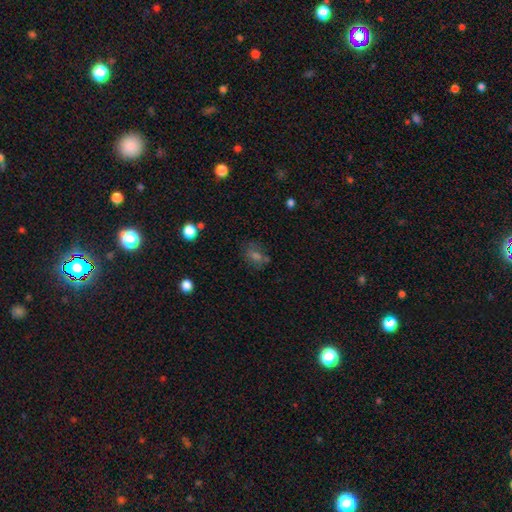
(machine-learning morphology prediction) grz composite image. It shows a smooth galaxy with no disk features (52%) that is in between round and cigar-shaped (53%). Merging: none (69%).